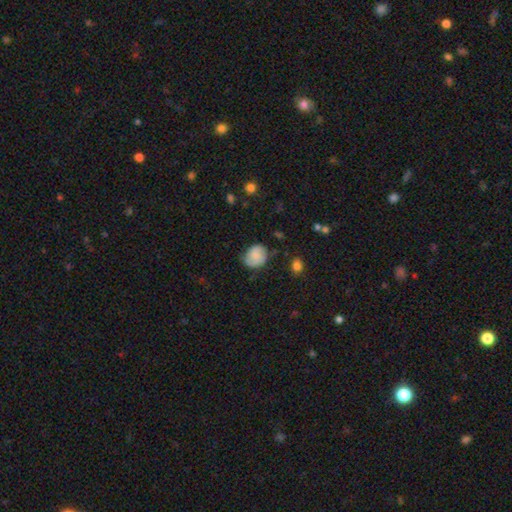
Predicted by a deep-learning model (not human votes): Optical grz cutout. It shows a smooth galaxy with no disk features (68%) that is round (56%). Merging: none (59%).